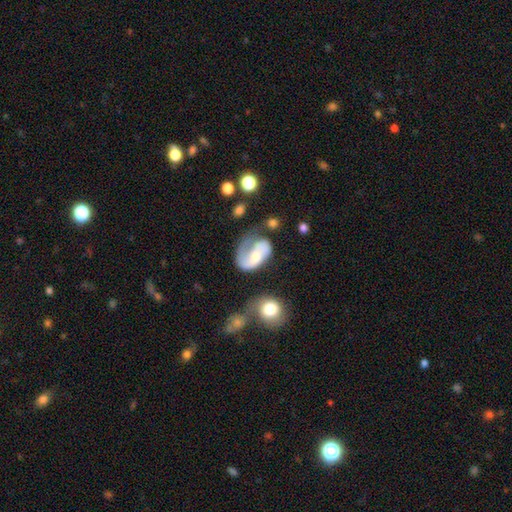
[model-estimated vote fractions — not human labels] Smooth or featured? Predicted: featured or disk (p=0.73). Edge-on disk? Predicted: no (p=0.97). Bar? Predicted: no (p=0.51). Spiral arms? Predicted: yes (p=0.90). Spiral winding? Predicted: loose (p=0.41). Spiral arm count? Predicted: 2 (p=0.55). Bulge size? Predicted: moderate (p=0.54). Merging? Predicted: none (p=0.33).